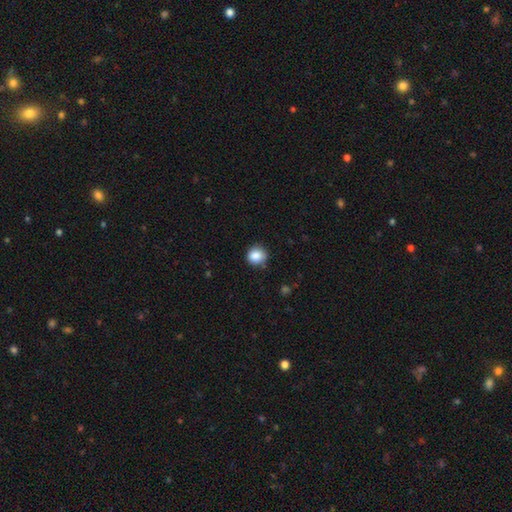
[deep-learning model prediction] Q: Smooth or featured?
A: smooth (87%); runner-up: star or artifact (10%)
Q: How rounded?
A: round (88%); runner-up: in between (11%)
Q: Merging?
A: none (82%); runner-up: minor disturbance (13%)